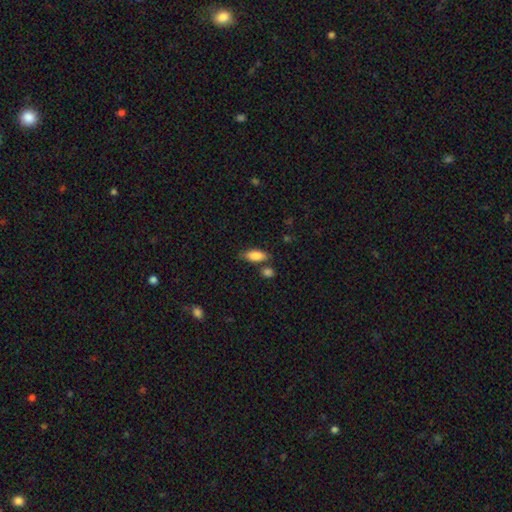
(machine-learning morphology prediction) Q: Smooth or featured?
A: smooth (83%); runner-up: featured or disk (10%)
Q: How rounded?
A: in between (82%); runner-up: cigar-shaped (15%)
Q: Merging?
A: none (69%); runner-up: minor disturbance (16%)